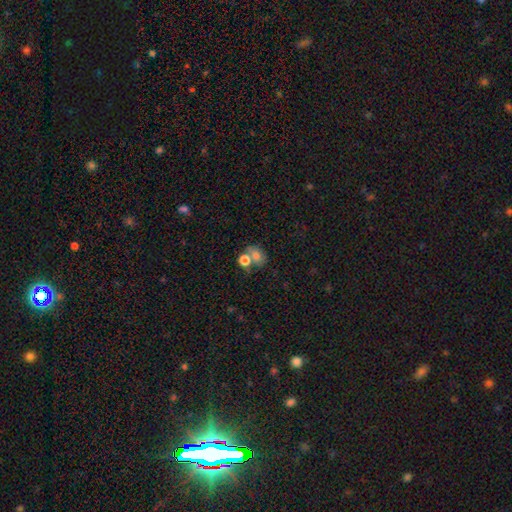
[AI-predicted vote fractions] smooth-or-featured: smooth: 70% | featured or disk: 16% | star or artifact: 13%
  how-rounded: in between: 50% | round: 49% | cigar-shaped: 1%
  merging: merger: 42% | none: 37% | minor disturbance: 13% | major disturbance: 8%